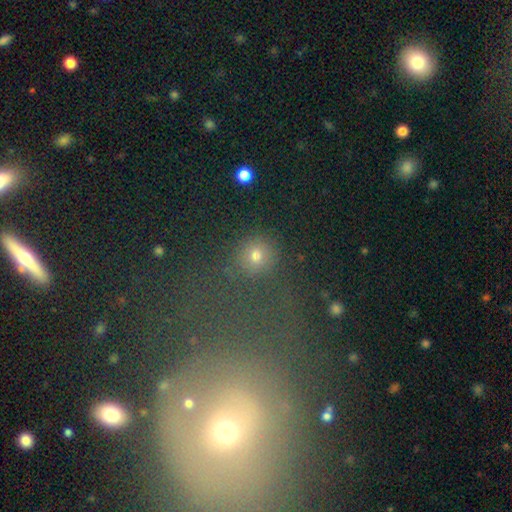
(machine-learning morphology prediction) Overall: smooth (72%). How rounded: round (91%). Merging: none (84%).